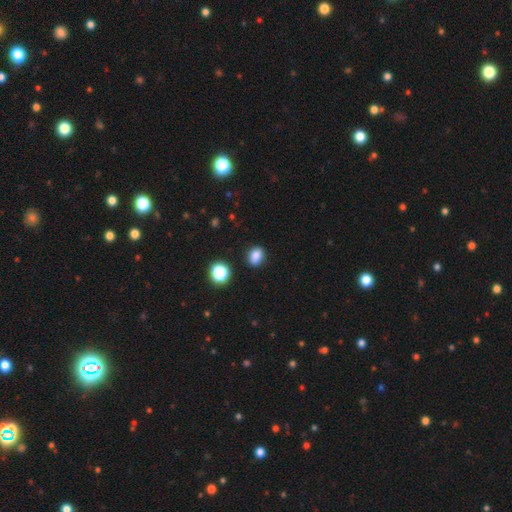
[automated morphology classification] Overall: smooth (84%). How rounded: in between (67%; round 31%). Merging: none (85%).